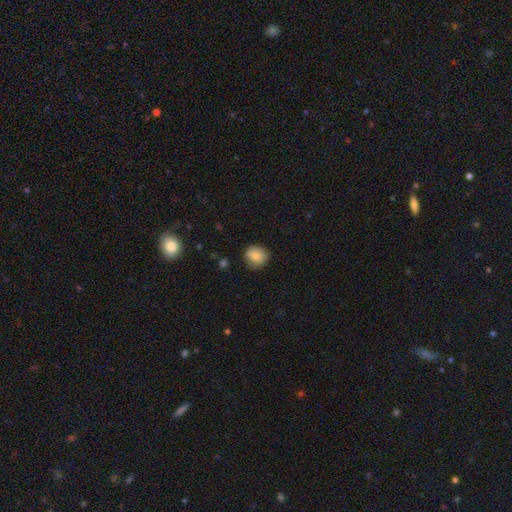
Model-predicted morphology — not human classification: smooth_or_featured: smooth (p=0.79) [alt: featured or disk p=0.12]
how_rounded: round (p=0.80) [alt: in between p=0.19]
merging: none (p=0.77) [alt: minor disturbance p=0.18]